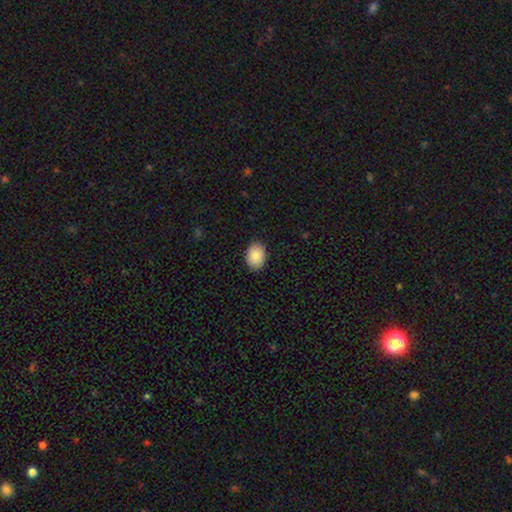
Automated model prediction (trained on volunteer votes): The model was most divided on "how rounded": in between: 72%, round: 27%, cigar-shaped: 1%. More confident: merging — none (89%); smooth or featured — smooth (88%).